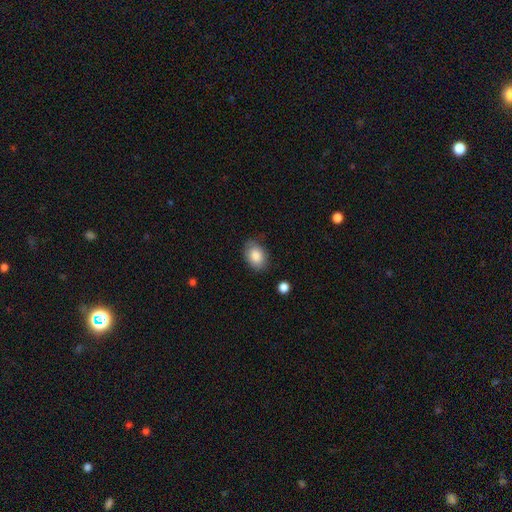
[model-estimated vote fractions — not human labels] Smooth or featured?
  - smooth: 84% *
  - featured or disk: 9%
  - star or artifact: 7%
How rounded?
  - in between: 82% *
  - round: 17%
  - cigar-shaped: 1%
Merging?
  - none: 77% *
  - minor disturbance: 17%
  - major disturbance: 4%
  - merger: 2%